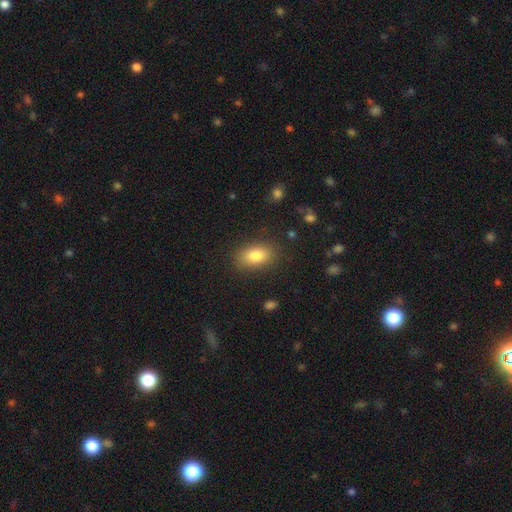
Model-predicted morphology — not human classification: This appears to be a smooth galaxy with no disk features (82%) that is in between round and cigar-shaped (87%). Merging: none (84%).